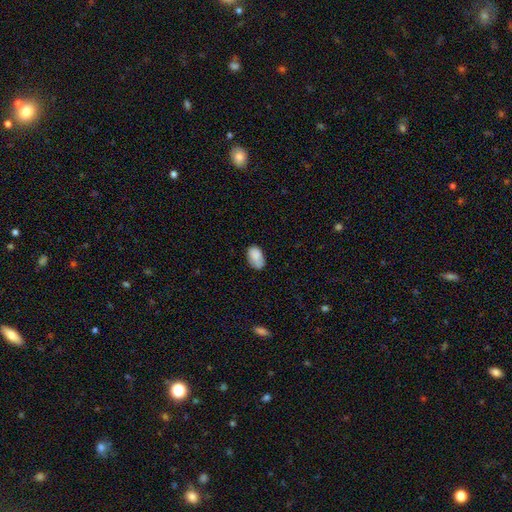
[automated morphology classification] This is clearly a smooth galaxy (83%). How rounded: clearly in between (91%). Merging: likely none (62%).